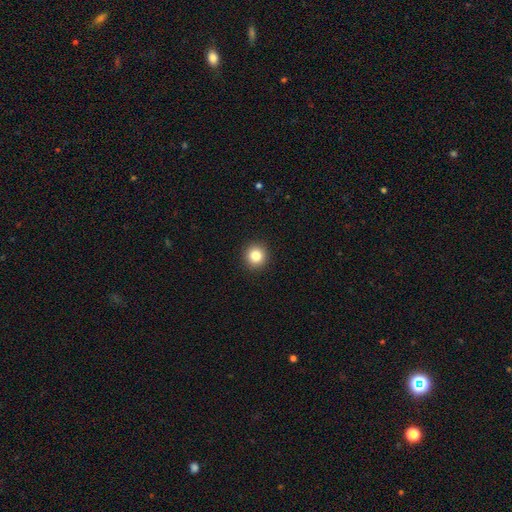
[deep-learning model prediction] A smooth galaxy with no disk features (84%) that is round (93%).

Vote fractions:
- Smooth or featured? smooth: 84% / star or artifact: 11% / featured or disk: 6%
- How rounded? round: 93% / in between: 6% / cigar-shaped: 1%
- Merging? none: 93% / minor disturbance: 5% / major disturbance: 2% / merger: 1%